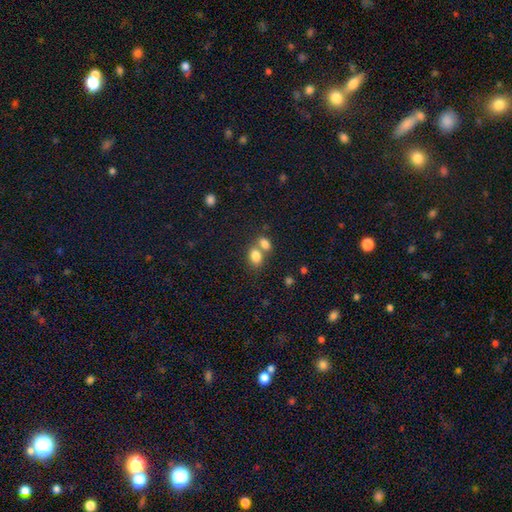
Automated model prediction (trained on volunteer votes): smooth-or-featured: smooth: 81% | star or artifact: 10% | featured or disk: 9%
  how-rounded: in between: 76% | round: 22% | cigar-shaped: 2%
  merging: merger: 53% | none: 35% | minor disturbance: 8% | major disturbance: 4%